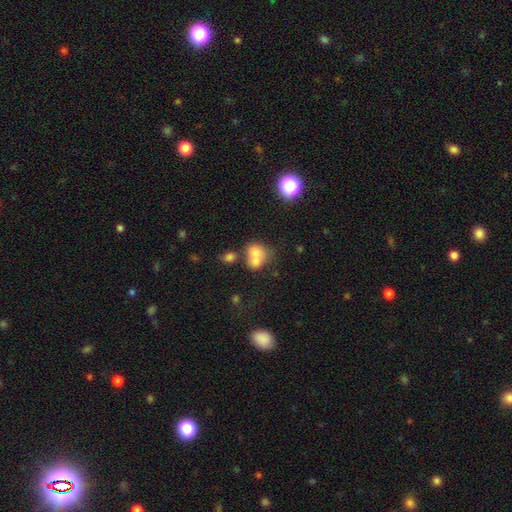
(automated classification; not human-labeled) Smooth or featured: smooth — 71% (featured or disk — 17%)
How rounded: round — 55% (in between — 43%)
Merging: merger — 62% (none — 25%)